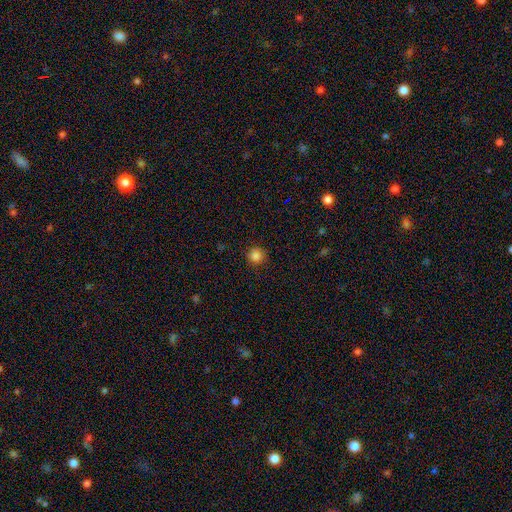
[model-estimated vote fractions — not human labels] Smooth or featured: smooth — 85% (star or artifact — 12%)
How rounded: round — 95% (in between — 4%)
Merging: none — 90% (minor disturbance — 7%)